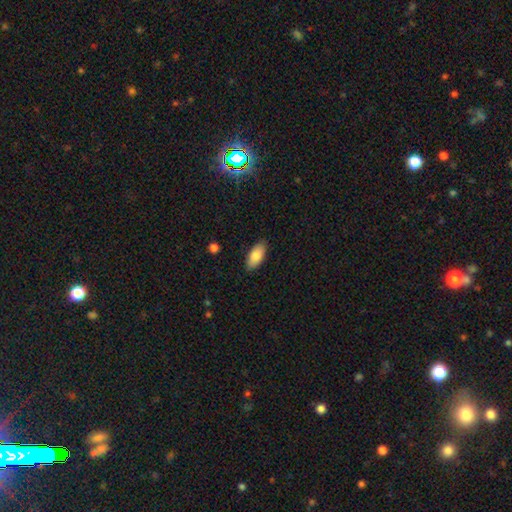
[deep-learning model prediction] Morphology: type=smooth (82%); roundness=in between (89%); merging=none (87%).